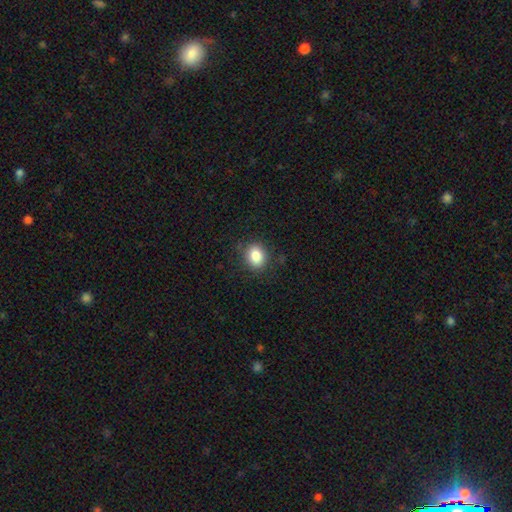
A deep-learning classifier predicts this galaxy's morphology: A smooth galaxy with no disk features (85%) that is round (53%). Merging: none (84%).